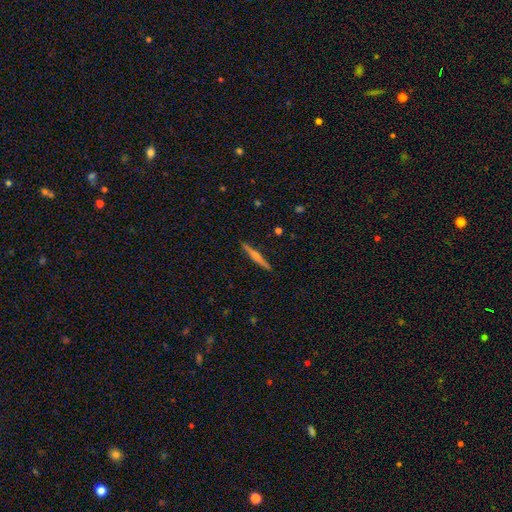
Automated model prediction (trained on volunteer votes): Morphology: type=featured or disk (70%); edge-on=yes (98%); edge-on bulge=rounded (85%); merging=none (91%).